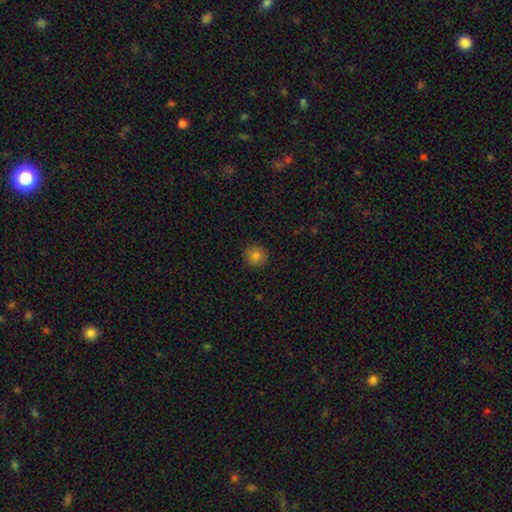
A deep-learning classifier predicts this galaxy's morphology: The model was most divided on "smooth or featured": smooth: 82%, star or artifact: 11%, featured or disk: 7%. More confident: merging — none (91%); how rounded — round (90%).